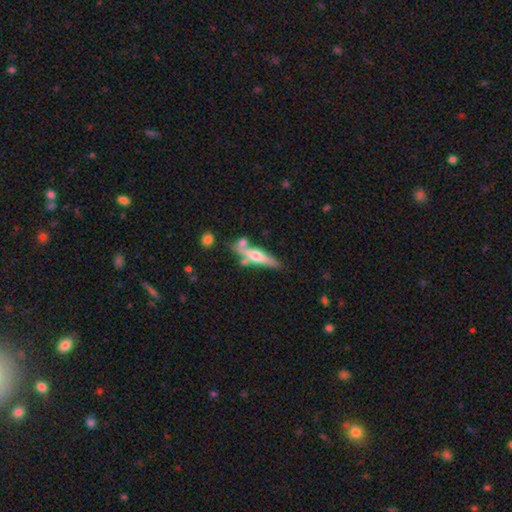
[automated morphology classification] Smooth or featured? featured or disk (55%)
Edge-on disk? yes (91%)
Merging? none (56%)